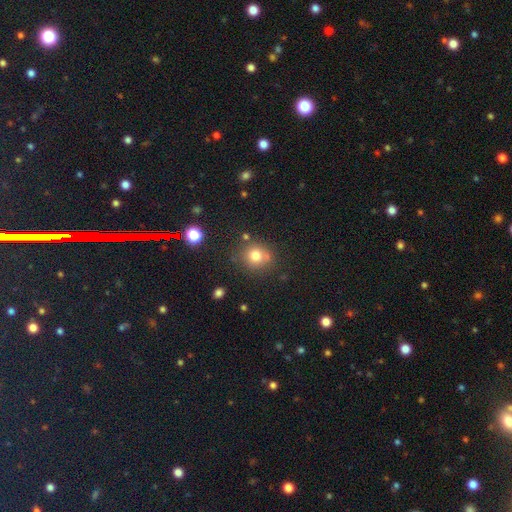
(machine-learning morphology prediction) A smooth galaxy with no disk features (77%) that is round (85%).

Vote fractions:
- Smooth or featured? smooth: 77% / star or artifact: 13% / featured or disk: 10%
- How rounded? round: 85% / in between: 15% / cigar-shaped: 1%
- Merging? none: 71% / minor disturbance: 15% / merger: 10% / major disturbance: 5%